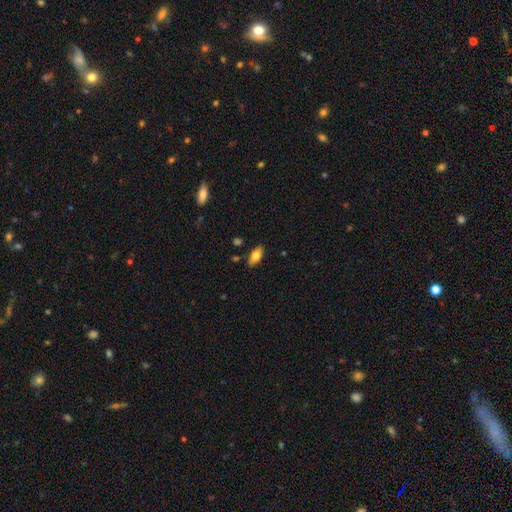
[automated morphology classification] Smooth or featured? smooth (72%)
How rounded? in between (85%)
Merging? none (84%)